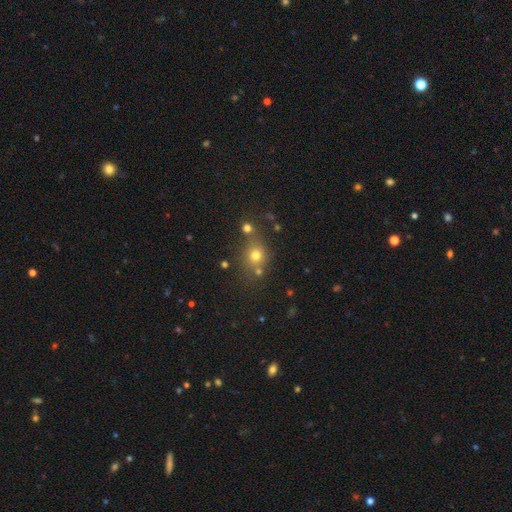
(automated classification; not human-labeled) This appears to be a smooth galaxy with no disk features (65%) that is round (74%). Merging: none (69%).